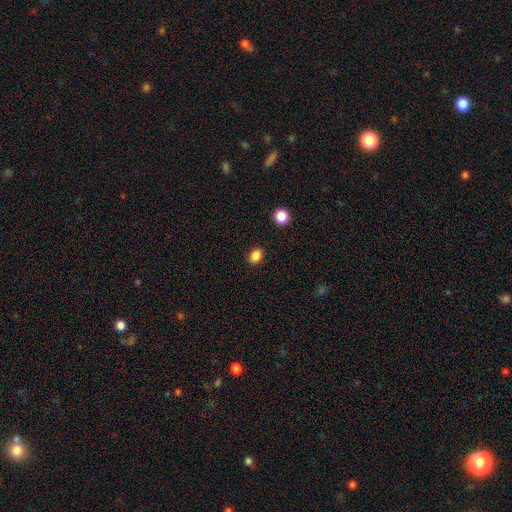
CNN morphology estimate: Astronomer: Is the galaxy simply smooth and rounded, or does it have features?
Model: smooth — 86%.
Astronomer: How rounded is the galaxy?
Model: in between — 69%.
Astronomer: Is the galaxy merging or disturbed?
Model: none — 89%.